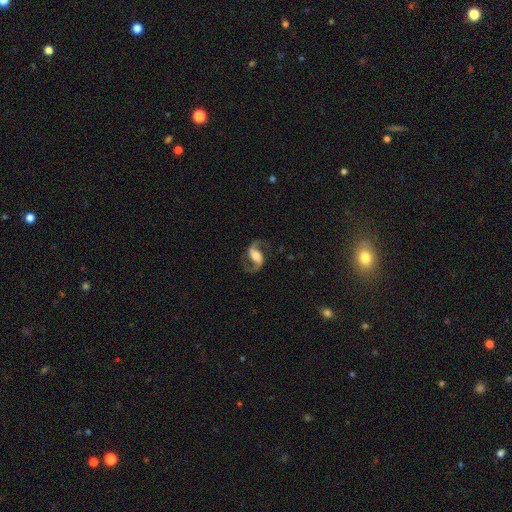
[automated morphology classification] Smooth or featured?
  - featured or disk: 90% *
  - smooth: 5%
  - star or artifact: 5%
Edge-on disk?
  - no: 97% *
  - yes: 3%
Bar?
  - weak: 40% *
  - strong: 36%
  - no: 24%
Spiral arms?
  - yes: 97% *
  - no: 3%
Spiral winding?
  - loose: 52% *
  - medium: 41%
  - tight: 7%
Spiral arm count?
  - 2: 94% *
  - 1: 2%
  - can't tell: 1%
  - 3: 1%
  - 4: 1%
  - more than 4: 1%
Bulge size?
  - moderate: 47% *
  - large: 23%
  - small: 20%
  - none: 7%
  - dominant: 3%
Merging?
  - none: 80% *
  - minor disturbance: 11%
  - major disturbance: 7%
  - merger: 1%